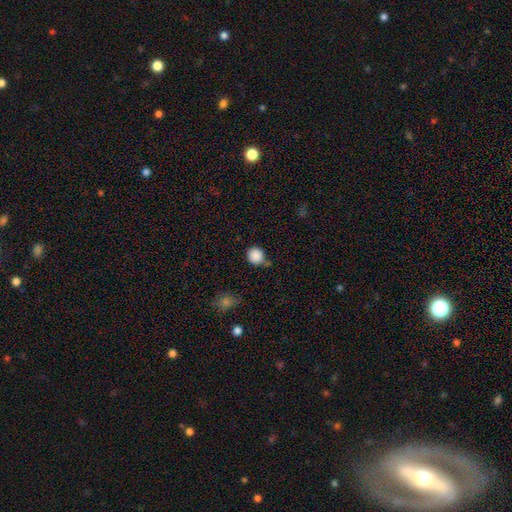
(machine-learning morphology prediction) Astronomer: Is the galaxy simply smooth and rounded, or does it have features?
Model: smooth — 88%.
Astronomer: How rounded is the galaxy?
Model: round — 89%.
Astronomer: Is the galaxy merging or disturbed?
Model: none — 70%.